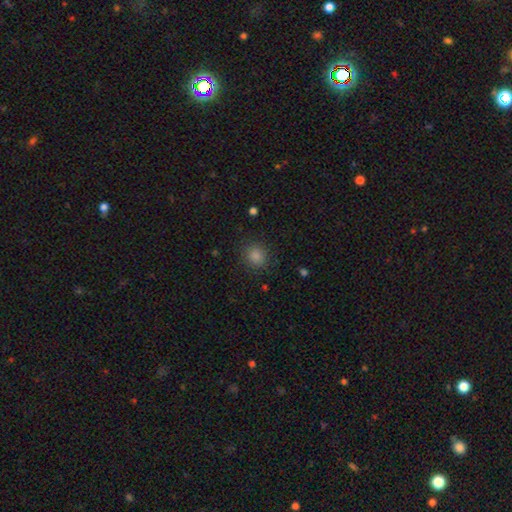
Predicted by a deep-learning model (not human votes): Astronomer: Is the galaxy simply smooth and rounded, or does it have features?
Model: smooth — 80%.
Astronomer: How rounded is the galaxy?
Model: round — 82%.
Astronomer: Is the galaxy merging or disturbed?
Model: none — 89%.